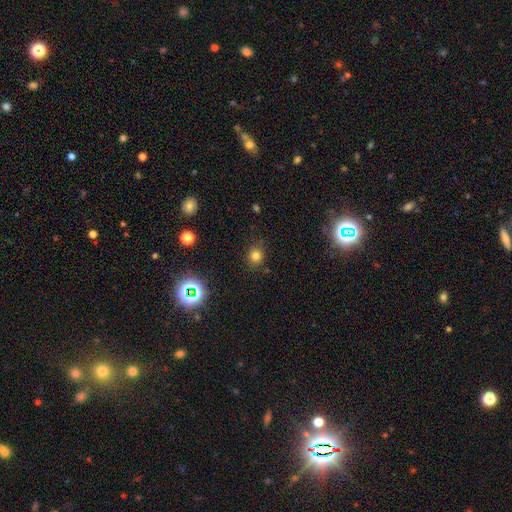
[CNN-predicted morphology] smooth 75%, star or artifact 18%, featured or disk 7%. Down the decision tree: how rounded — round (79%); merging — none (84%).